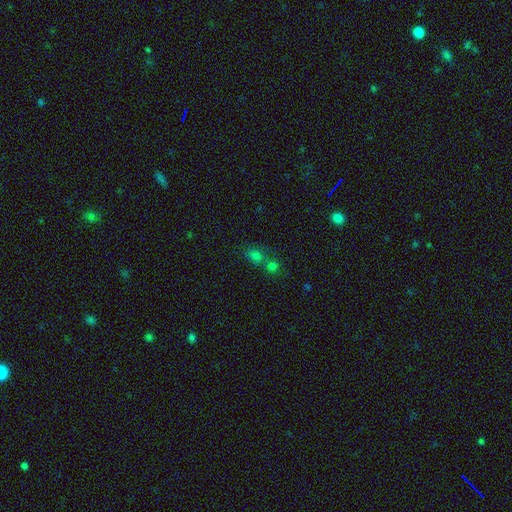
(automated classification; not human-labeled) A smooth galaxy with no disk features (67%) that is in between round and cigar-shaped (53%). Merging: merger (46%).